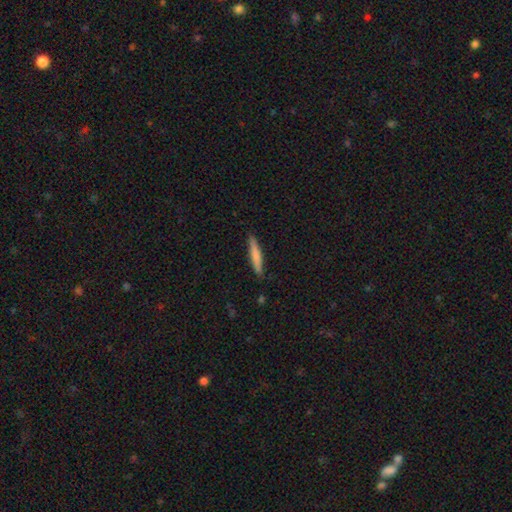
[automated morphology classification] type=smooth (72%); roundness=cigar-shaped (93%); merging=none (89%).